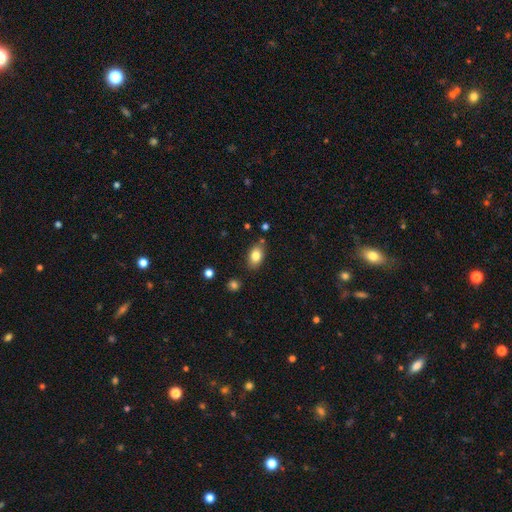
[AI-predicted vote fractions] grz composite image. It shows a smooth galaxy with no disk features (82%) that is in between round and cigar-shaped (85%). Merging: none (80%).